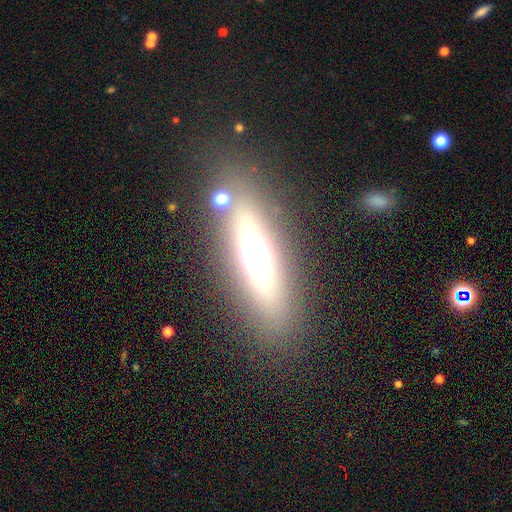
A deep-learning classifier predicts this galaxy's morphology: Q: Smooth or featured?
A: featured or disk (47%); runner-up: smooth (39%)
Q: Merging?
A: none (82%); runner-up: minor disturbance (9%)